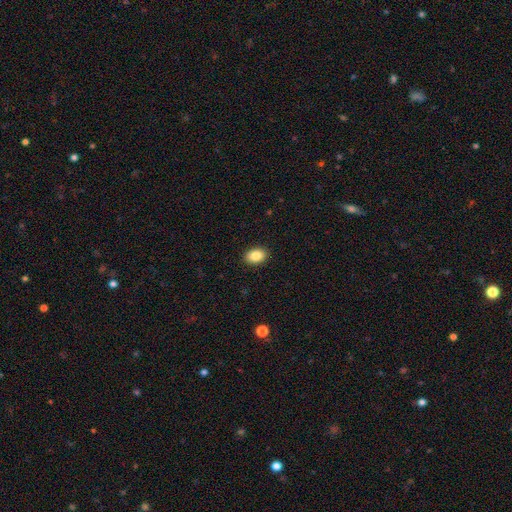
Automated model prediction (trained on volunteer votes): smooth_or_featured: smooth (p=0.87) [alt: star or artifact p=0.08]
how_rounded: in between (p=0.79) [alt: round p=0.19]
merging: none (p=0.91) [alt: minor disturbance p=0.06]